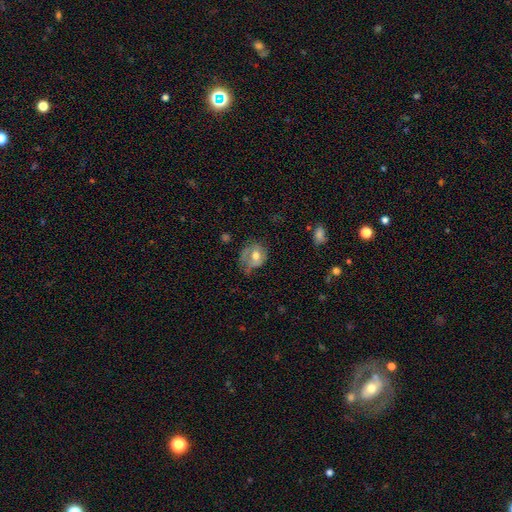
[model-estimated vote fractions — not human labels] Smooth or featured? smooth (52%)
How rounded? round (67%)
Merging? none (46%)